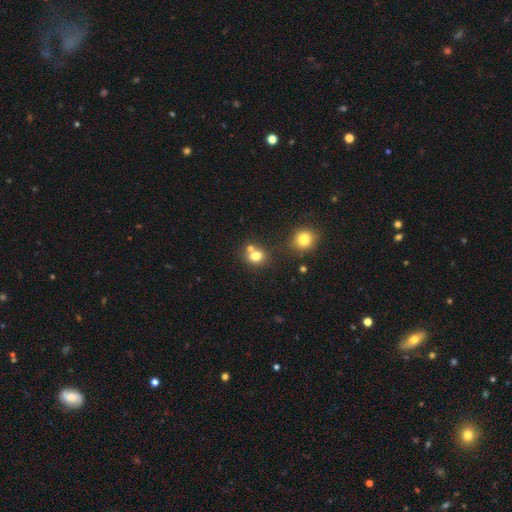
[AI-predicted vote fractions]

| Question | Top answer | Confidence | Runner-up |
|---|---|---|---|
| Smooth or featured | smooth | 76% | star or artifact (13%) |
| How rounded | round | 74% | in between (25%) |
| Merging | none | 54% | merger (33%) |